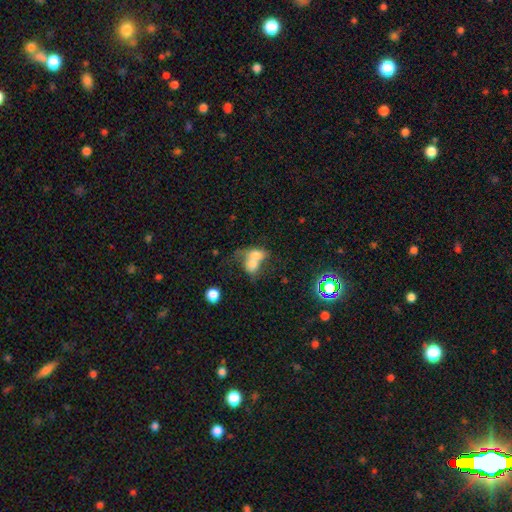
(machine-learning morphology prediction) Smooth or featured: smooth — 68% (featured or disk — 21%)
How rounded: in between — 58% (round — 40%)
Merging: merger — 74% (none — 13%)